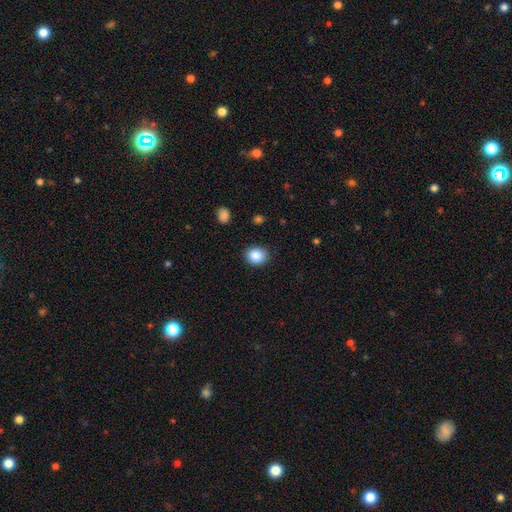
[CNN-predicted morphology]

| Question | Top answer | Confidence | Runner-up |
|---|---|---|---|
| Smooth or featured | smooth | 87% | star or artifact (9%) |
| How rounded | round | 63% | in between (37%) |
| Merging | none | 87% | minor disturbance (9%) |